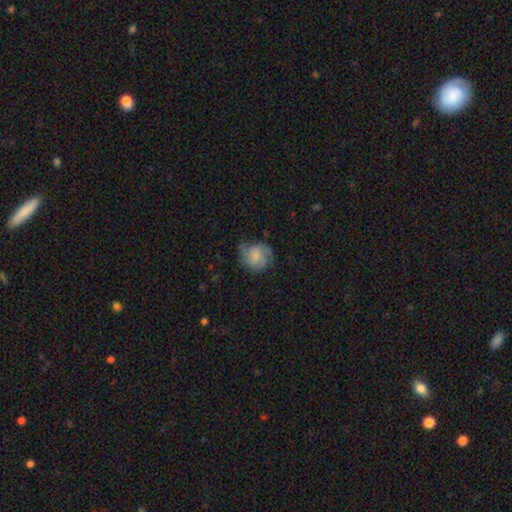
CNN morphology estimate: smooth_or_featured: featured or disk (p=0.48) [alt: smooth p=0.43]
merging: none (p=0.61) [alt: minor disturbance p=0.23]